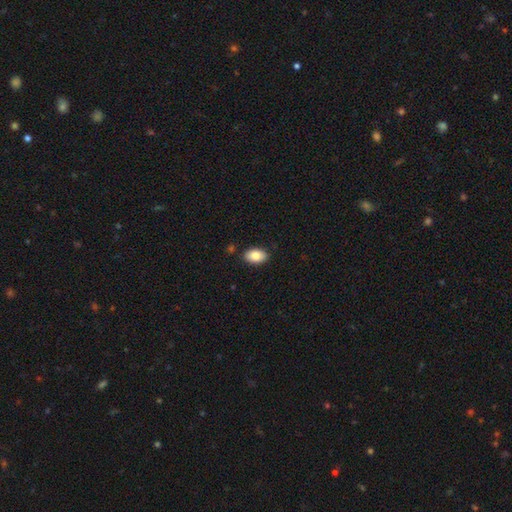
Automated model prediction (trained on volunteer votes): The model was most divided on "smooth or featured": smooth: 84%, featured or disk: 9%, star or artifact: 7%. More confident: how rounded — in between (93%); merging — none (87%).